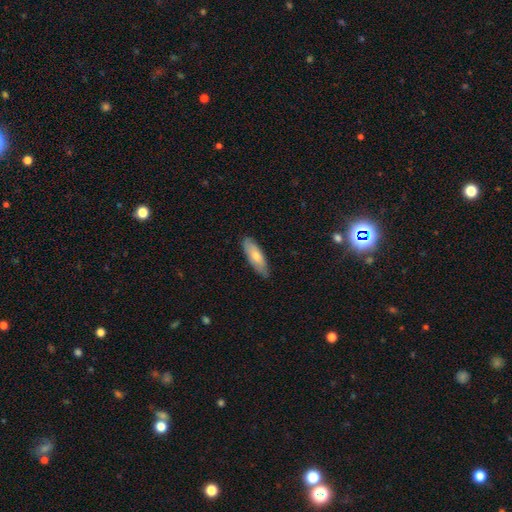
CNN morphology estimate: Overall: smooth (71%). How rounded: in between (57%; cigar-shaped 41%). Merging: none (79%).